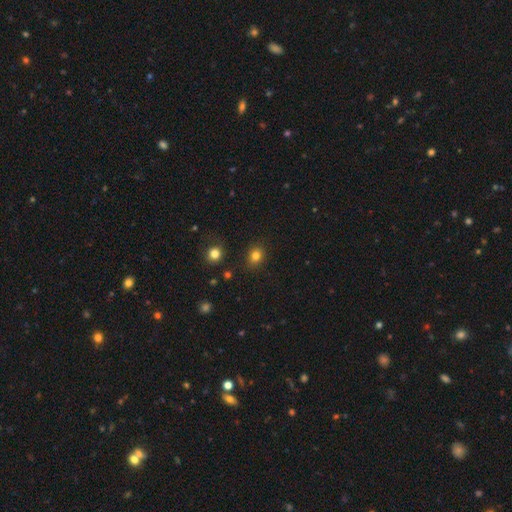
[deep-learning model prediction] smooth 80%, star or artifact 14%, featured or disk 6%. Down the decision tree: how rounded — round (65%); merging — none (85%).